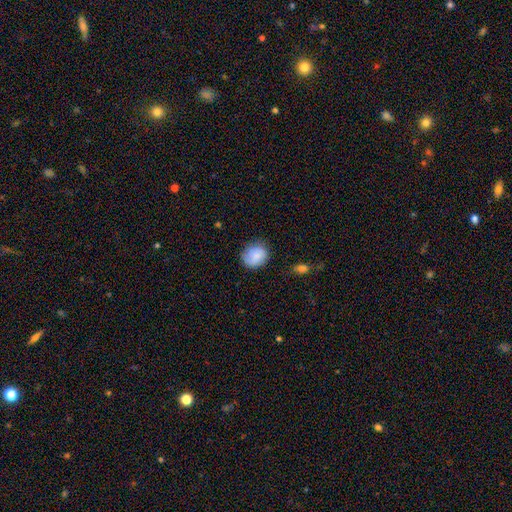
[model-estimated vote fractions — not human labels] A smooth galaxy with no disk features (78%) that is round (72%).

Vote fractions:
- Smooth or featured? smooth: 78% / featured or disk: 15% / star or artifact: 7%
- How rounded? round: 72% / in between: 27% / cigar-shaped: 1%
- Merging? none: 73% / minor disturbance: 20% / major disturbance: 5% / merger: 2%